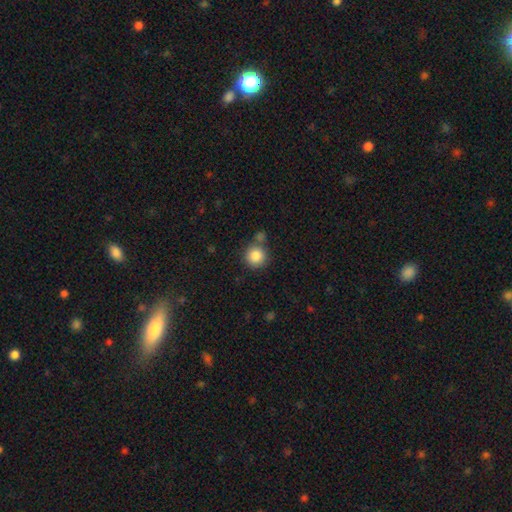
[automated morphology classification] smooth_or_featured: smooth (p=0.86) [alt: star or artifact p=0.09]
how_rounded: round (p=0.93) [alt: in between p=0.06]
merging: none (p=0.70) [alt: merger p=0.16]